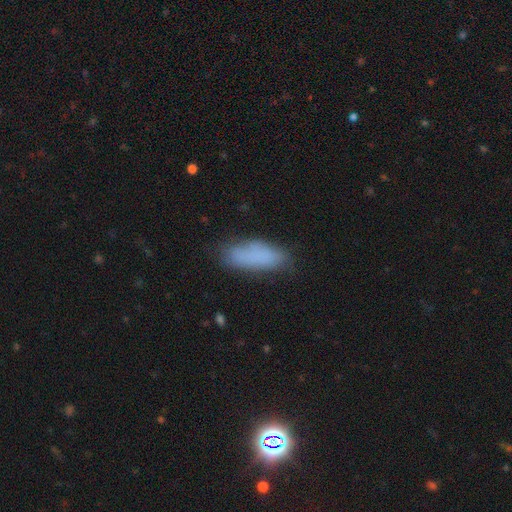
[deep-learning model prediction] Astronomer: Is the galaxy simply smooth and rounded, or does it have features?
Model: smooth — 81%.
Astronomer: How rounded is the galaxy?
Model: in between — 64%.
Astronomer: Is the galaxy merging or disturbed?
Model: none — 74%.